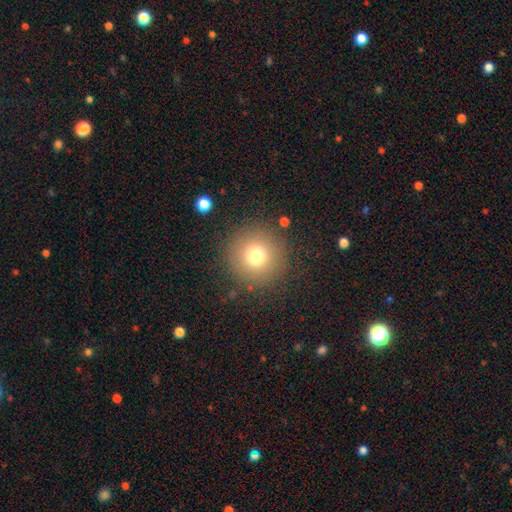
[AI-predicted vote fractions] Q: Smooth or featured?
A: smooth (76%); runner-up: star or artifact (14%)
Q: How rounded?
A: round (96%); runner-up: in between (3%)
Q: Merging?
A: none (89%); runner-up: minor disturbance (6%)